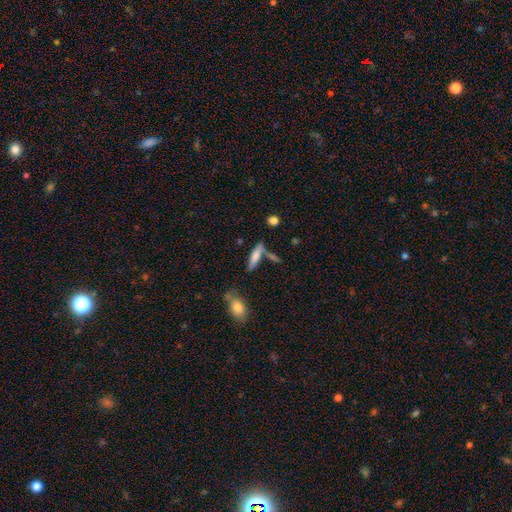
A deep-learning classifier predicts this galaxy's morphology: Smooth or featured? Predicted: smooth (p=0.69). How rounded? Predicted: cigar-shaped (p=0.71). Merging? Predicted: none (p=0.59).